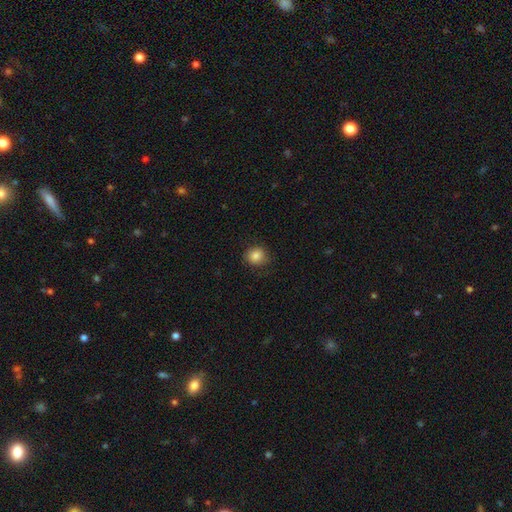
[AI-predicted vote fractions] Morphology: type=smooth (85%); roundness=round (81%); merging=none (83%).